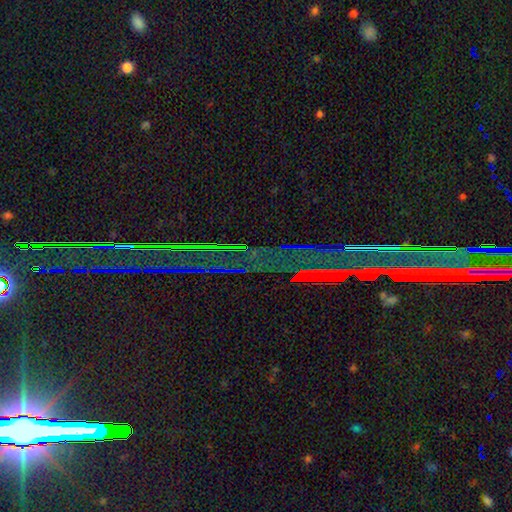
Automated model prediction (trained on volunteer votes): Smooth or featured? Predicted: star or artifact (p=0.86).